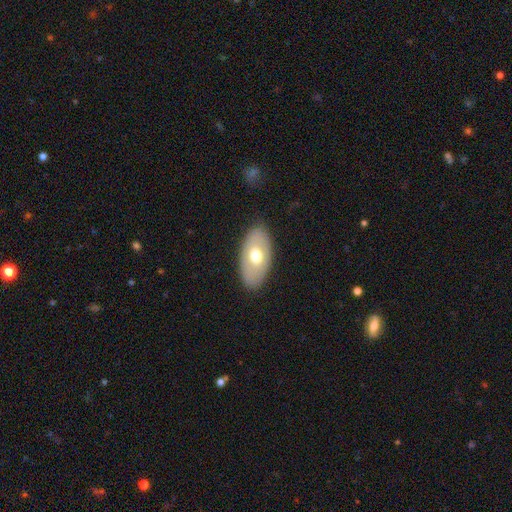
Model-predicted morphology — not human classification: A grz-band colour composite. It shows a smooth galaxy with no disk features (61%) that is in between round and cigar-shaped (93%). Merging: none (84%).